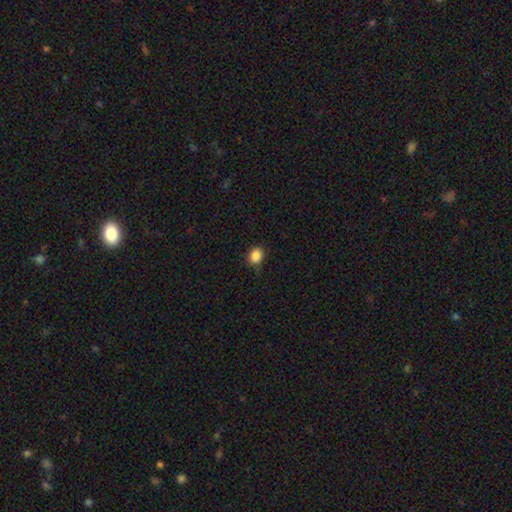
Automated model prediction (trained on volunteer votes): Overall: smooth (87%). How rounded: round (61%; in between 38%). Merging: none (80%).